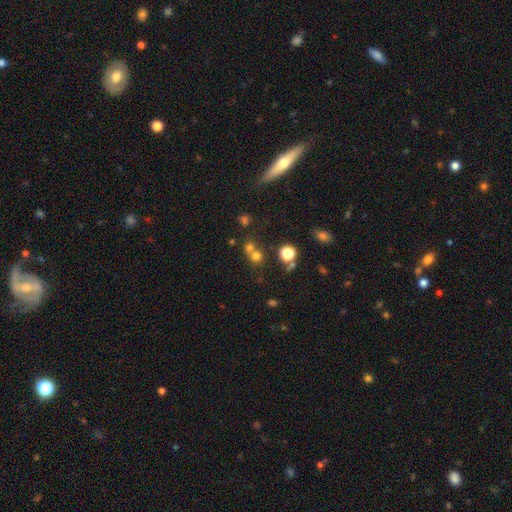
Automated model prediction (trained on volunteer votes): Smooth or featured?
  - smooth: 67% *
  - star or artifact: 23%
  - featured or disk: 10%
How rounded?
  - round: 87% *
  - in between: 12%
  - cigar-shaped: 1%
Merging?
  - none: 52% *
  - merger: 38%
  - minor disturbance: 7%
  - major disturbance: 3%